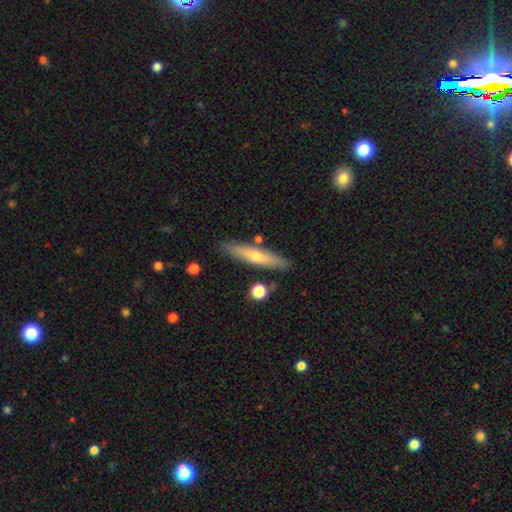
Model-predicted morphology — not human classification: smooth_or_featured: smooth (p=0.58) [alt: featured or disk p=0.36]
how_rounded: cigar-shaped (p=0.88) [alt: in between p=0.10]
merging: none (p=0.84) [alt: minor disturbance p=0.10]